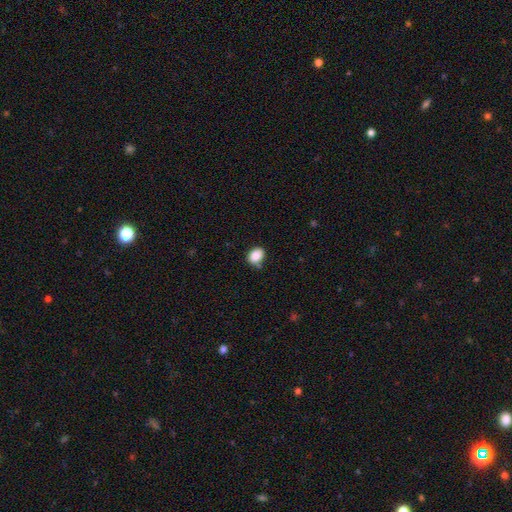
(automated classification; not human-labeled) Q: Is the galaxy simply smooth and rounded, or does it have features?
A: smooth — 87%.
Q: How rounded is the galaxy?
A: in between — 65%.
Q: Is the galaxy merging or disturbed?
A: none — 66%.